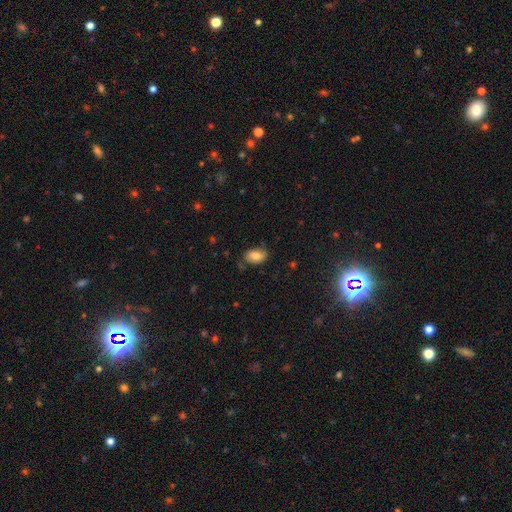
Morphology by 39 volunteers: A smooth galaxy with no disk features (77%) that is in between round and cigar-shaped (93%). Merging: none (92%).